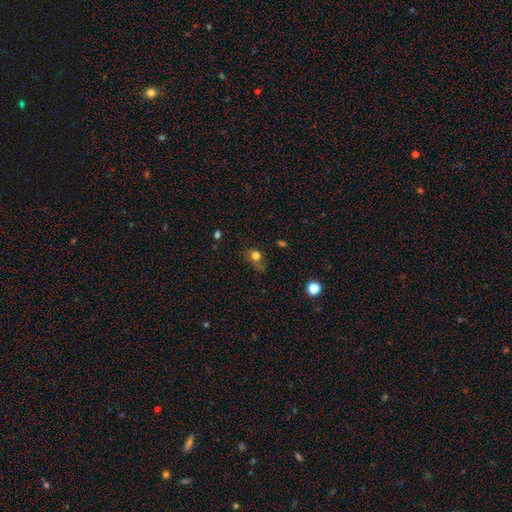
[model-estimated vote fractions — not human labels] Smooth or featured? Predicted: smooth (p=0.74). How rounded? Predicted: round (p=0.65). Merging? Predicted: none (p=0.53).